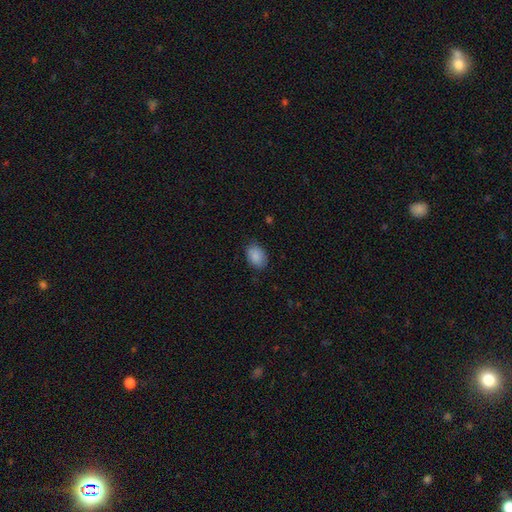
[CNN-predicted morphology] Smooth or featured: smooth — 88% (star or artifact — 7%)
How rounded: in between — 81% (round — 18%)
Merging: none — 82% (minor disturbance — 14%)